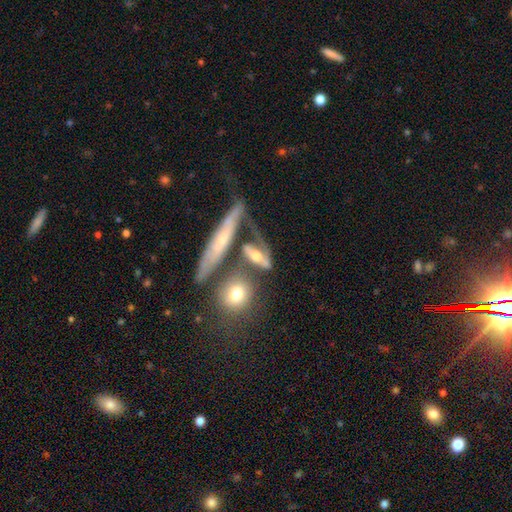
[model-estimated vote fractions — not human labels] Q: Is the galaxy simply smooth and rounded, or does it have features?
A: featured or disk — 51%.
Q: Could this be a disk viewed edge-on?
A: no — 61%.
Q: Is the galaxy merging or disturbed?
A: none — 34%.